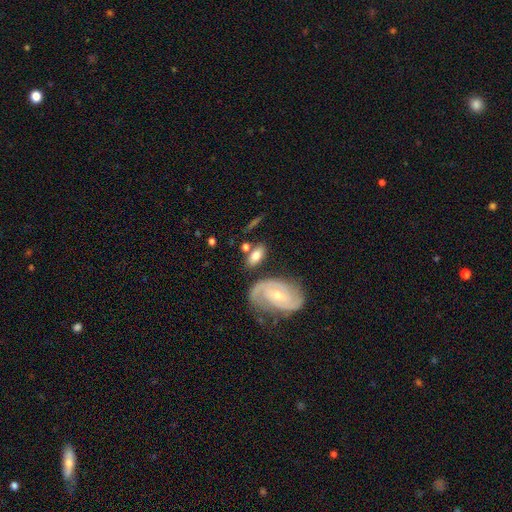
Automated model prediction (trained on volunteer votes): Smooth or featured? Predicted: smooth (p=0.60). How rounded? Predicted: in between (p=0.88). Merging? Predicted: none (p=0.65).